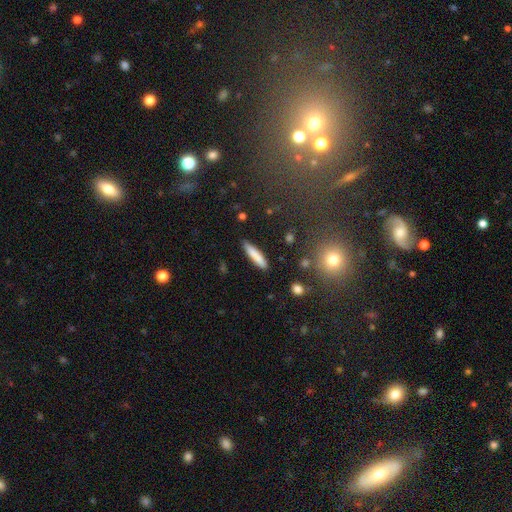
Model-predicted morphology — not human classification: smooth 81%, featured or disk 12%, star or artifact 6%. Down the decision tree: how rounded — cigar-shaped (88%); merging — none (88%).